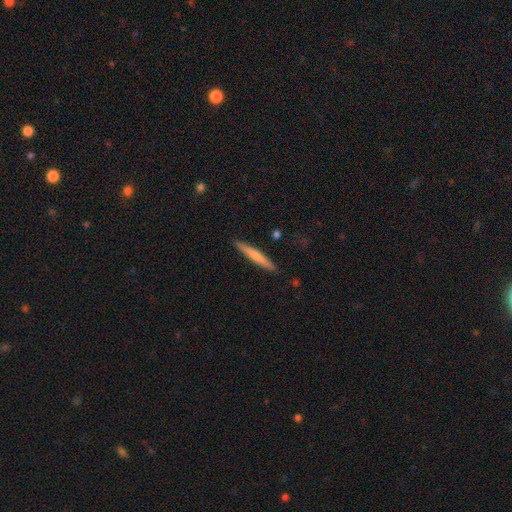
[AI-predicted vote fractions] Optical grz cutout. It shows a smooth galaxy with no disk features (65%) that is cigar-shaped (95%). Merging: none (90%).